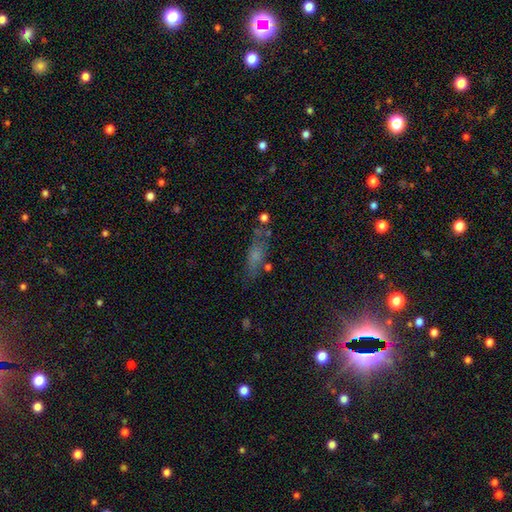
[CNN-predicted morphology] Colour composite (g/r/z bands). It shows a smooth galaxy with no disk features (59%) that is in between round and cigar-shaped (54%). Merging: none (65%).